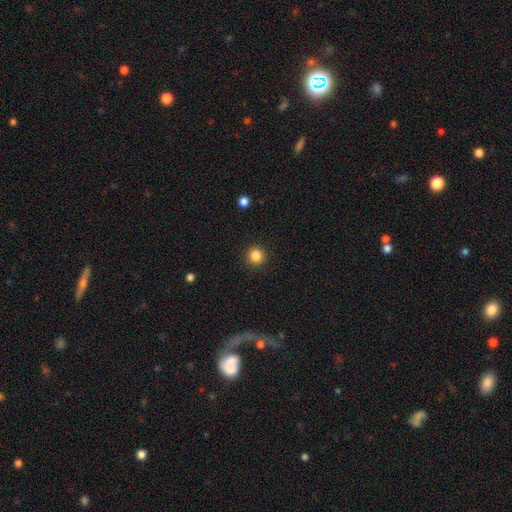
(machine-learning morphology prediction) smooth-or-featured: smooth: 85% | star or artifact: 11% | featured or disk: 4%
  how-rounded: round: 95% | in between: 4% | cigar-shaped: 1%
  merging: none: 93% | minor disturbance: 5% | major disturbance: 2% | merger: 1%